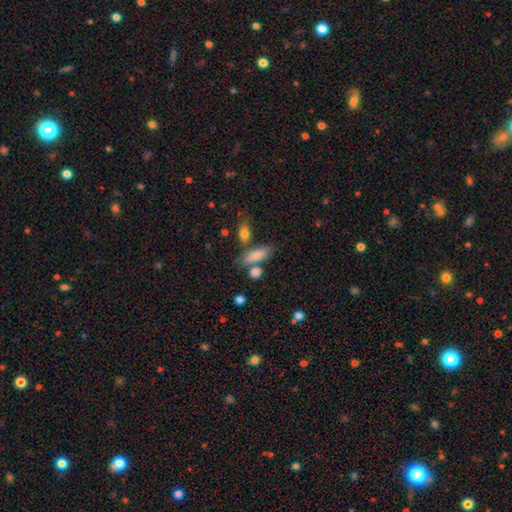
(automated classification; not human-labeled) This is likely a smooth galaxy (73%). How rounded: possibly in between (54%). Merging: likely none (62%).